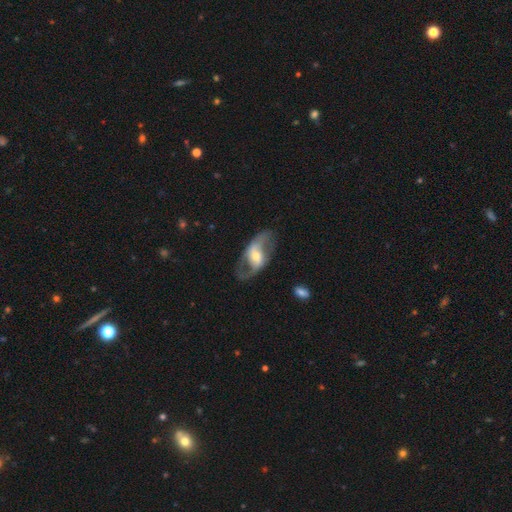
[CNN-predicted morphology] smooth-or-featured: featured or disk: 76% | smooth: 19% | star or artifact: 6%
  disk-edge-on: no: 92% | yes: 8%
    bar: weak: 36% | strong: 33% | no: 31%
    has-spiral-arms: yes: 78% | no: 22%
      spiral-winding: loose: 47% | medium: 40% | tight: 12%
      spiral-arm-count: 2: 86% | can't tell: 8% | 1: 4% | 3: 1% | 4: 1% | more than 4: 1%
    bulge-size: moderate: 55% | small: 33% | large: 9% | none: 2% | dominant: 1%
  merging: none: 67% | minor disturbance: 17% | major disturbance: 14% | merger: 2%